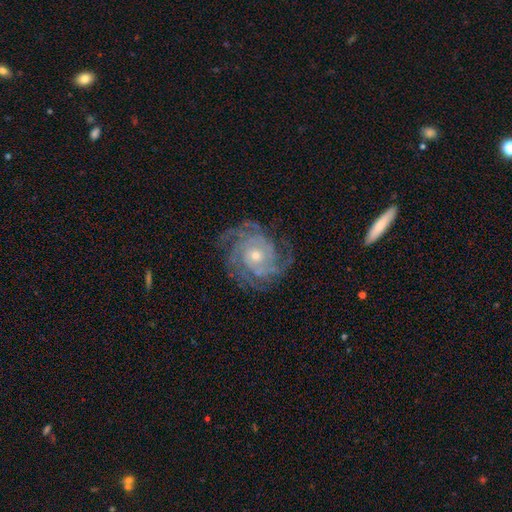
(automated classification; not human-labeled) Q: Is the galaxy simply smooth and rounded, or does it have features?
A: featured or disk — 90%.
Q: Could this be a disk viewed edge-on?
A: no — 98%.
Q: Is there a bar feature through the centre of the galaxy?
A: no — 77%.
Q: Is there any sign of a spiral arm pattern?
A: yes — 98%.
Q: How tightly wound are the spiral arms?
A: tight — 72%.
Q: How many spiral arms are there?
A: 3 — 25%.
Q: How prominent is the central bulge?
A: moderate — 49%.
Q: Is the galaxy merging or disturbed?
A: none — 77%.